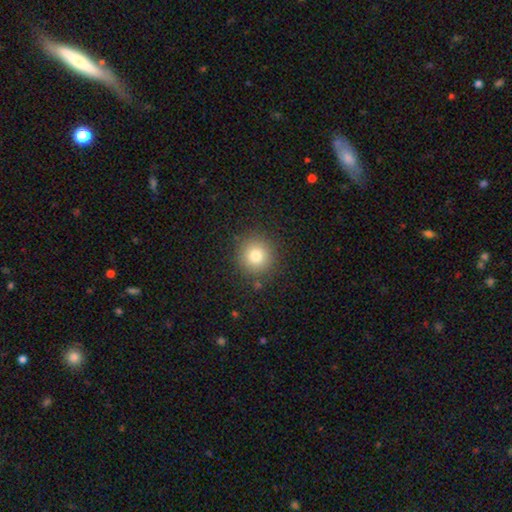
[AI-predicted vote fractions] smooth 80%, star or artifact 12%, featured or disk 8%. Down the decision tree: how rounded — round (93%); merging — none (88%).